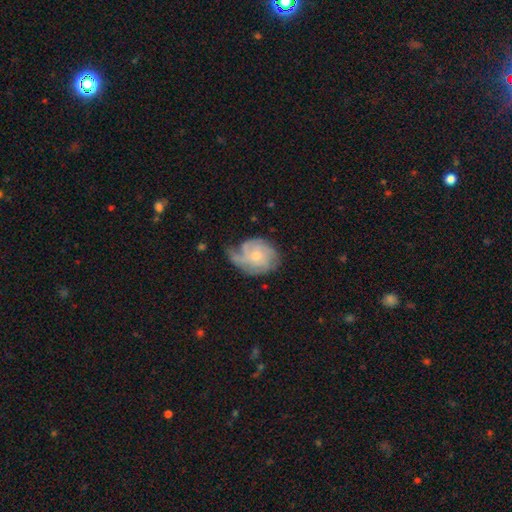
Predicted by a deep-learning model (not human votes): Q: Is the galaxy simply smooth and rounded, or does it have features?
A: featured or disk — 72%.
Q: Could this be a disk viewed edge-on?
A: no — 98%.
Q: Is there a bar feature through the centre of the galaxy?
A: no — 76%.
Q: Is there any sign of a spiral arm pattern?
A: yes — 90%.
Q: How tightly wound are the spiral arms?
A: tight — 48%.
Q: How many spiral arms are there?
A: can't tell — 36%.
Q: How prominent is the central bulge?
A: moderate — 47%, tied with small.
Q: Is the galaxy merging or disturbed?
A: none — 47%.